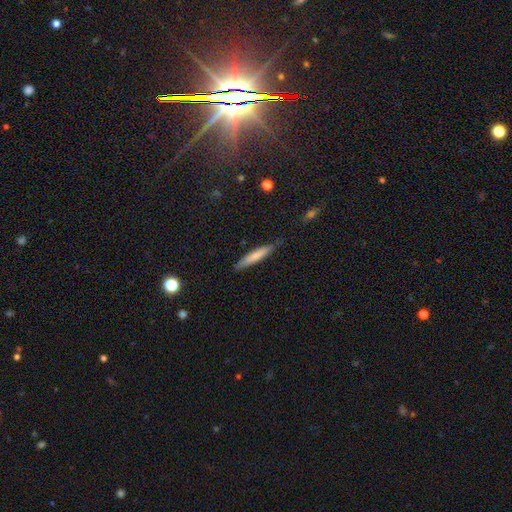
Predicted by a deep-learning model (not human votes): Morphology: type=smooth (72%); roundness=cigar-shaped (91%); merging=none (81%).